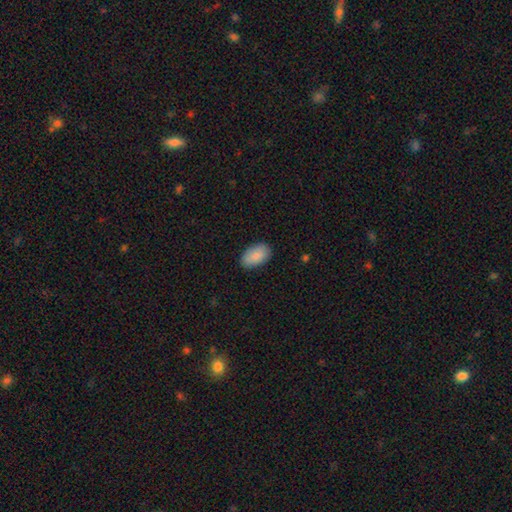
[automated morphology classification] smooth_or_featured: smooth (p=0.89) [alt: star or artifact p=0.06]
how_rounded: in between (p=0.94) [alt: round p=0.04]
merging: none (p=0.85) [alt: minor disturbance p=0.12]